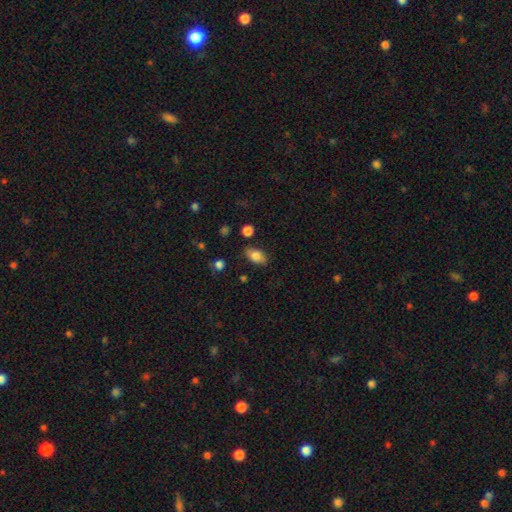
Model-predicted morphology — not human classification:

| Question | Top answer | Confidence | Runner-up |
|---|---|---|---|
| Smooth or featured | smooth | 83% | featured or disk (9%) |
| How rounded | in between | 89% | round (9%) |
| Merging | none | 82% | minor disturbance (12%) |